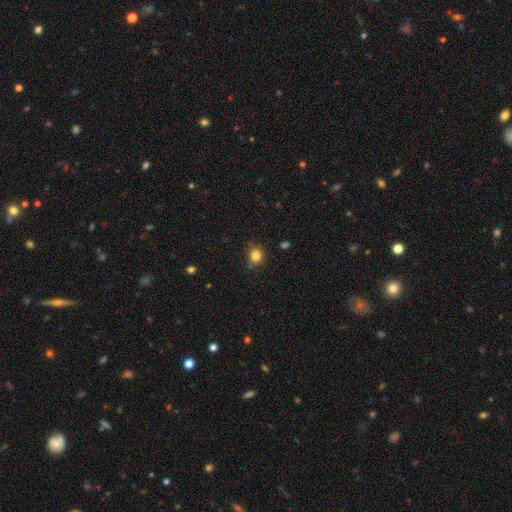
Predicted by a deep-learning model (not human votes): smooth-or-featured: smooth: 83% | star or artifact: 12% | featured or disk: 6%
  how-rounded: round: 80% | in between: 19% | cigar-shaped: 1%
  merging: none: 79% | minor disturbance: 13% | merger: 5% | major disturbance: 3%